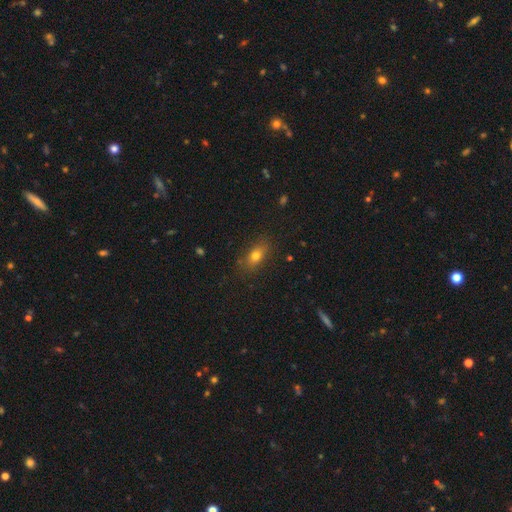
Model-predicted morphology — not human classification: smooth_or_featured: smooth (p=0.74) [alt: featured or disk p=0.14]
how_rounded: in between (p=0.75) [alt: round p=0.13]
merging: none (p=0.80) [alt: minor disturbance p=0.15]